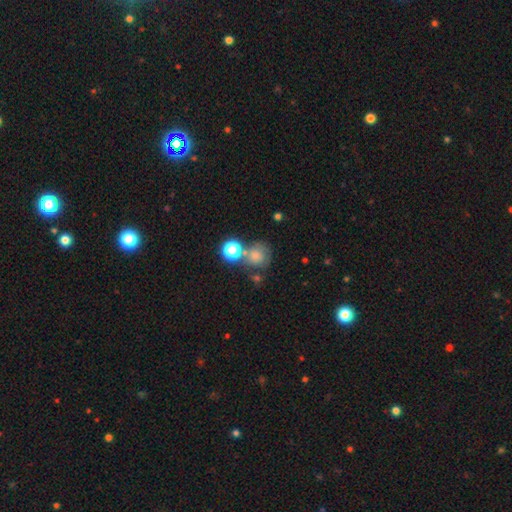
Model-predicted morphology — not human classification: smooth_or_featured: smooth (p=0.68) [alt: featured or disk p=0.17]
how_rounded: round (p=0.84) [alt: in between p=0.15]
merging: none (p=0.48) [alt: merger p=0.27]